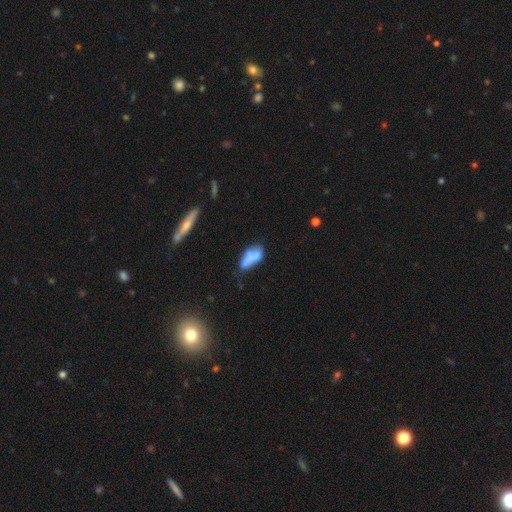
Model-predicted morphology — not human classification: Smooth or featured: smooth — 59% (featured or disk — 31%)
How rounded: in between — 80% (cigar-shaped — 13%)
Merging: merger — 36% (none — 26%)